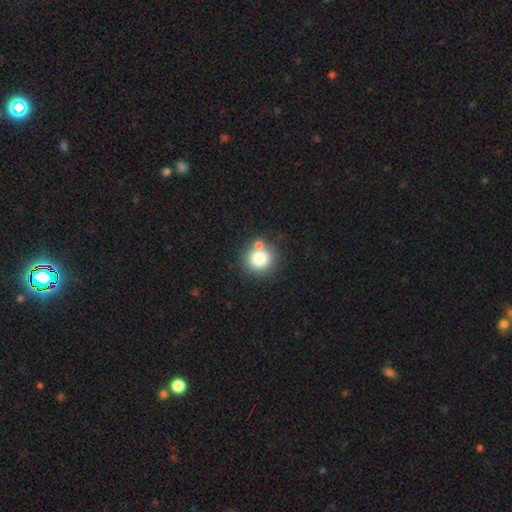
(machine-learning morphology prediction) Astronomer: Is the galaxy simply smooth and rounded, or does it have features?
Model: smooth — 79%.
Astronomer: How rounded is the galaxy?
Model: round — 89%.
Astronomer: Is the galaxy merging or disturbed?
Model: none — 67%.